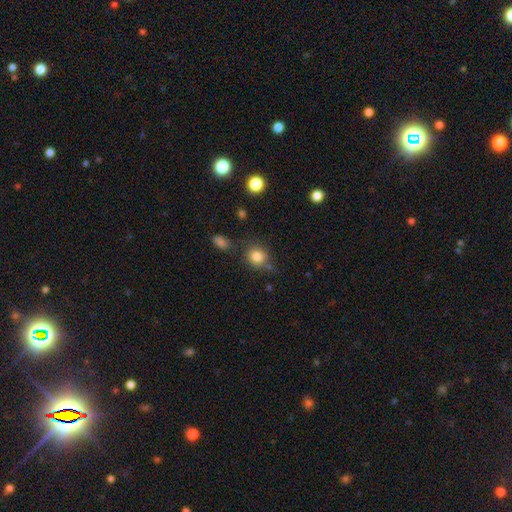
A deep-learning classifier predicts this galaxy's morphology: Smooth or featured: smooth — 83% (star or artifact — 11%)
How rounded: round — 80% (in between — 19%)
Merging: none — 74% (minor disturbance — 14%)